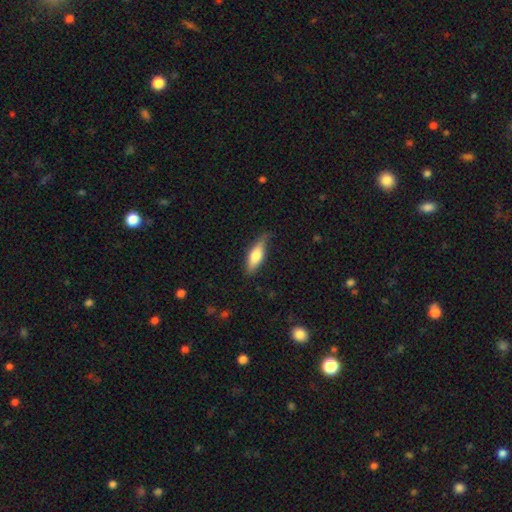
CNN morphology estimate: A smooth galaxy with no disk features (66%) that is in between round and cigar-shaped (54%).

Vote fractions:
- Smooth or featured? smooth: 66% / featured or disk: 28% / star or artifact: 6%
- How rounded? in between: 54% / cigar-shaped: 44% / round: 2%
- Merging? none: 71% / minor disturbance: 23% / major disturbance: 5% / merger: 2%